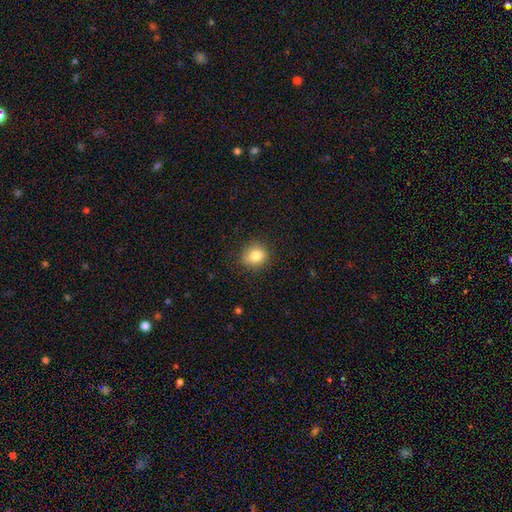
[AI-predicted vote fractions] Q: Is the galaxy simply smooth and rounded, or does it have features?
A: smooth — 83%.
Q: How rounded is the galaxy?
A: round — 79%.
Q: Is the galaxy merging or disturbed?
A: none — 87%.